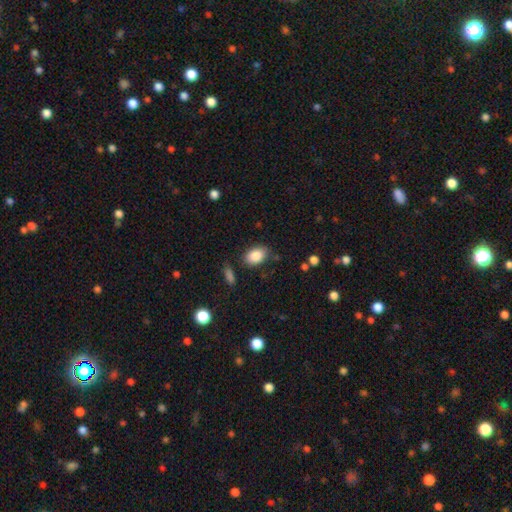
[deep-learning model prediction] smooth-or-featured: smooth: 87% | star or artifact: 8% | featured or disk: 5%
  how-rounded: in between: 83% | round: 16% | cigar-shaped: 1%
  merging: none: 80% | minor disturbance: 13% | major disturbance: 4% | merger: 3%